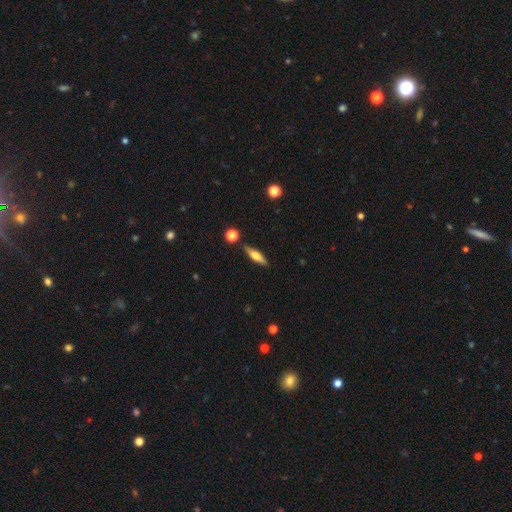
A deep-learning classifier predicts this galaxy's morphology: Q: Smooth or featured?
A: smooth (49%); runner-up: featured or disk (43%)
Q: Merging?
A: none (85%); runner-up: minor disturbance (9%)